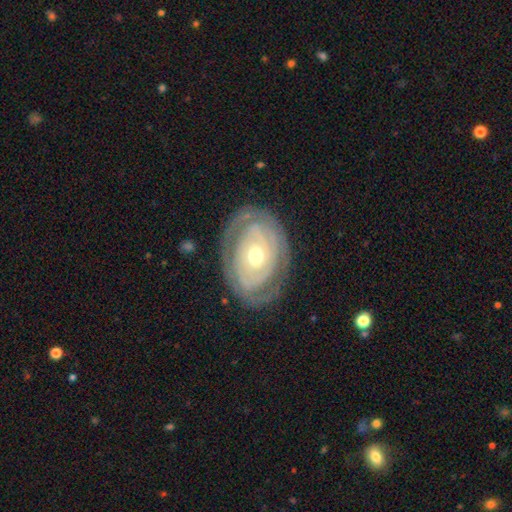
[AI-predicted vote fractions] Q: Smooth or featured?
A: featured or disk (80%); runner-up: smooth (16%)
Q: Edge-on disk?
A: no (95%); runner-up: yes (5%)
Q: Bar?
A: no (72%); runner-up: weak (20%)
Q: Spiral arms?
A: yes (74%); runner-up: no (26%)
Q: Spiral winding?
A: tight (79%); runner-up: medium (15%)
Q: Spiral arm count?
A: can't tell (43%); runner-up: 2 (31%)
Q: Bulge size?
A: moderate (66%); runner-up: small (28%)
Q: Merging?
A: none (78%); runner-up: minor disturbance (14%)